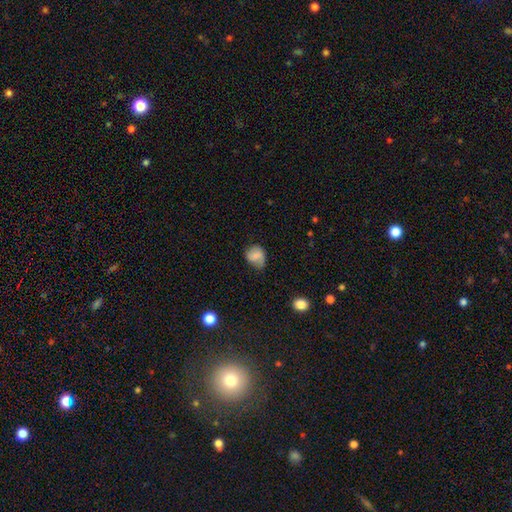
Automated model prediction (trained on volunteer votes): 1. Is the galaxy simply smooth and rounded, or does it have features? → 66% smooth, 25% featured or disk, 10% star or artifact.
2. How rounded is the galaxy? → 58% round, 40% in between, 1% cigar-shaped.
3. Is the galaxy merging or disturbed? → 49% none, 35% minor disturbance, 13% major disturbance, 2% merger.